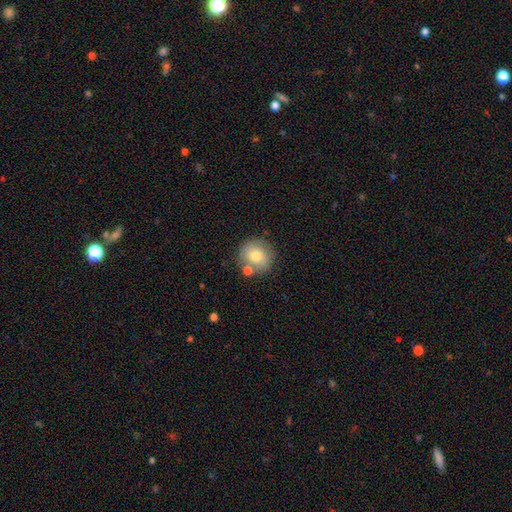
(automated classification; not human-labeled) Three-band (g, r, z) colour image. It shows a smooth galaxy with no disk features (76%) that is round (89%). Merging: none (72%).